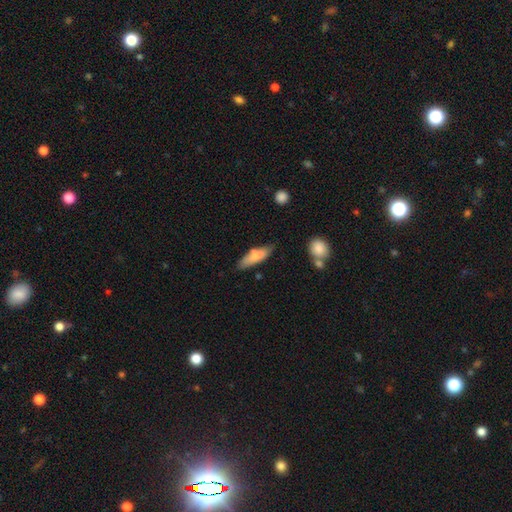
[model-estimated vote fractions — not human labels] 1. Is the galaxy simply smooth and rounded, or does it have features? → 77% smooth, 16% featured or disk, 6% star or artifact.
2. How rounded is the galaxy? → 57% cigar-shaped, 42% in between, 2% round.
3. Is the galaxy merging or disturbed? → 65% none, 23% minor disturbance, 6% merger, 5% major disturbance.